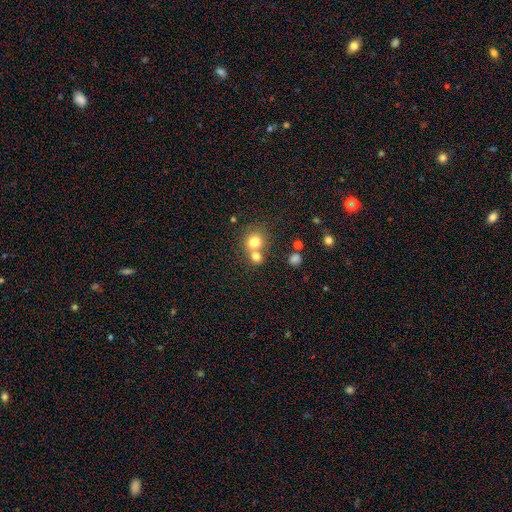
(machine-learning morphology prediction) Smooth or featured? Predicted: smooth (p=0.62). How rounded? Predicted: round (p=0.84). Merging? Predicted: none (p=0.55).